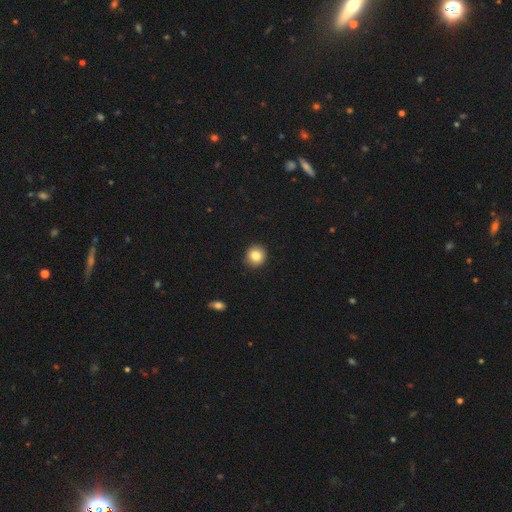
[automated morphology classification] A smooth galaxy with no disk features (84%) that is round (91%).

Vote fractions:
- Smooth or featured? smooth: 84% / star or artifact: 10% / featured or disk: 7%
- How rounded? round: 91% / in between: 9% / cigar-shaped: 1%
- Merging? none: 91% / minor disturbance: 7% / major disturbance: 2% / merger: 1%